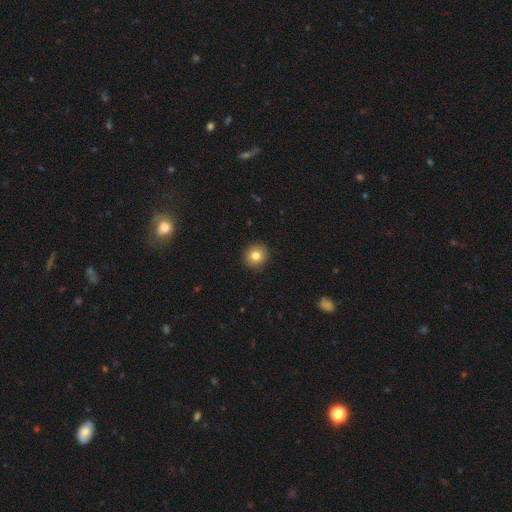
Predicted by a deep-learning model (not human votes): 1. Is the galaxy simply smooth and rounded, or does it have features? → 82% smooth, 10% star or artifact, 8% featured or disk.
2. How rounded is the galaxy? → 91% round, 8% in between, 1% cigar-shaped.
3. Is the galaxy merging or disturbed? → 92% none, 5% minor disturbance, 2% major disturbance, 1% merger.